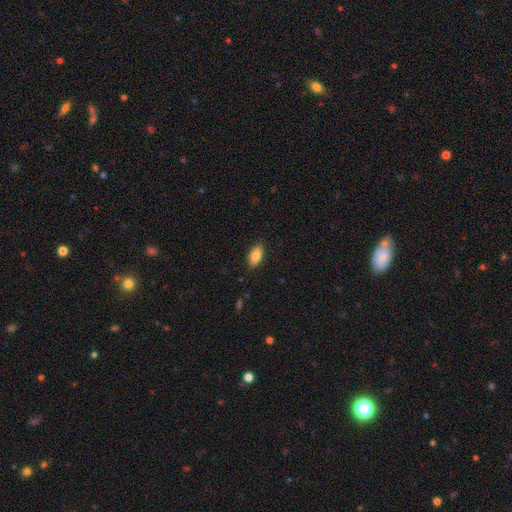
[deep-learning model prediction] Smooth or featured? Predicted: smooth (p=0.83). How rounded? Predicted: in between (p=0.90). Merging? Predicted: none (p=0.87).